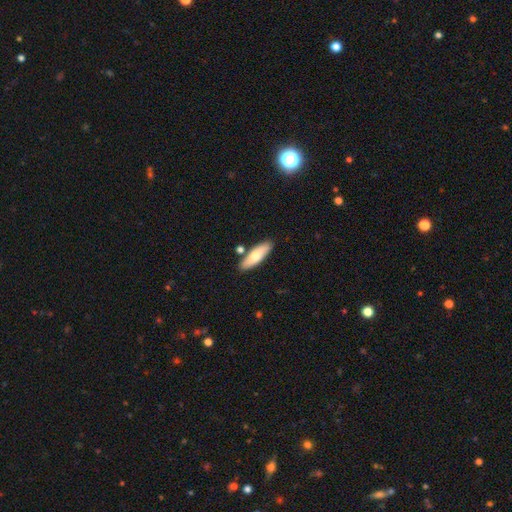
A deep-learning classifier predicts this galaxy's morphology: Smooth or featured? smooth (75%)
How rounded? cigar-shaped (50%)
Merging? none (81%)